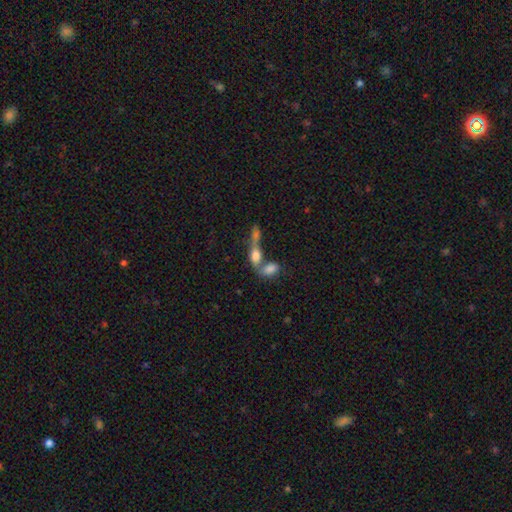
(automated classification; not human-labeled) A smooth galaxy with no disk features (70%) that is in between round and cigar-shaped (74%). Merging: merger (67%).